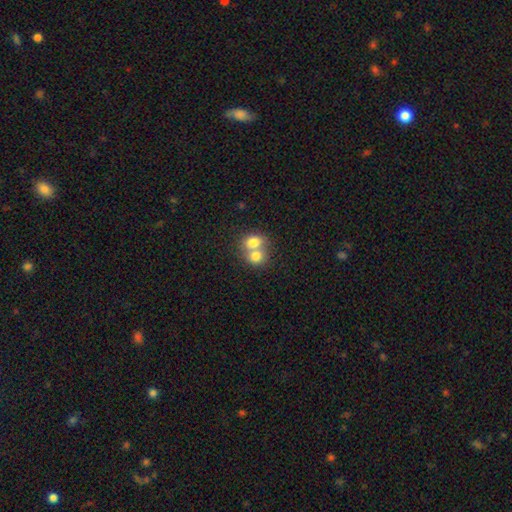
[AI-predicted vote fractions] Overall: smooth (74%). How rounded: round (59%; in between 40%). Merging: merger (71%).